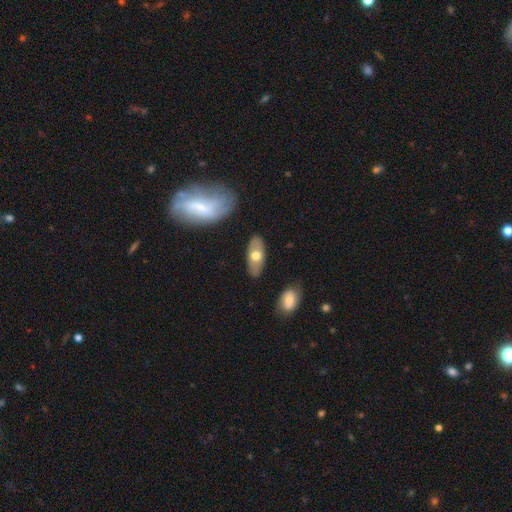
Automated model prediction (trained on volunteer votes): The model was most divided on "smooth or featured": smooth: 56%, featured or disk: 38%, star or artifact: 6%. More confident: how rounded — in between (85%); merging — none (84%).